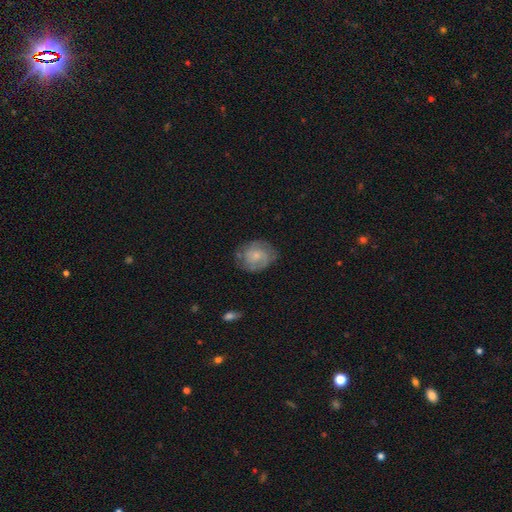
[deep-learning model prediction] Overall: featured or disk (54%; smooth 39%). Edge-on disk: no (97%). Bar: no (67%; weak 29%). Spiral arms: yes (83%). Bulge size: small (60%; moderate 27%). Merging: none (69%).